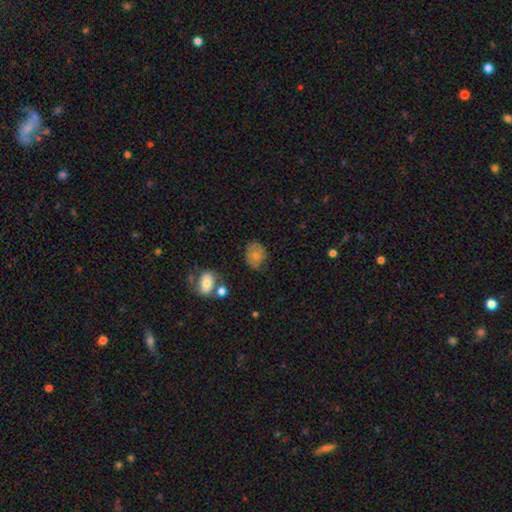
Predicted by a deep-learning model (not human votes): Q: Smooth or featured?
A: smooth (60%); runner-up: featured or disk (27%)
Q: How rounded?
A: round (52%); runner-up: in between (46%)
Q: Merging?
A: none (66%); runner-up: minor disturbance (22%)